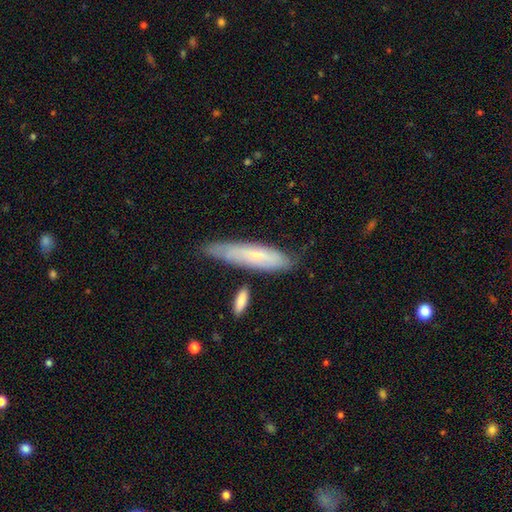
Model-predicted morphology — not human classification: A smooth galaxy with no disk features (50%) that is cigar-shaped (74%). Merging: none (64%).